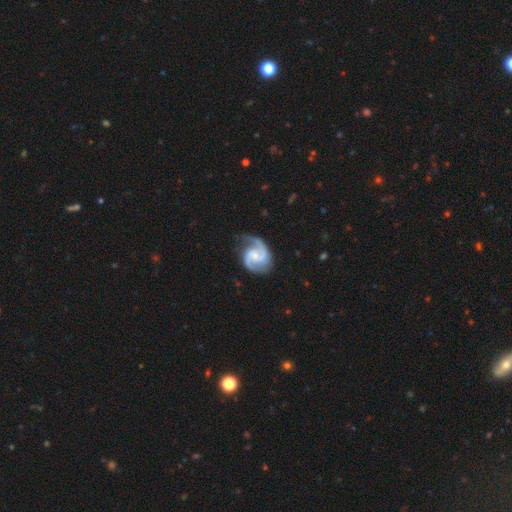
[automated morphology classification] type=featured or disk (92%); edge-on=no (98%); bar=no (53%); spiral arms=yes (98%); winding=medium (59%); arm count=2 (91%); bulge=small (60%); merging=none (71%).